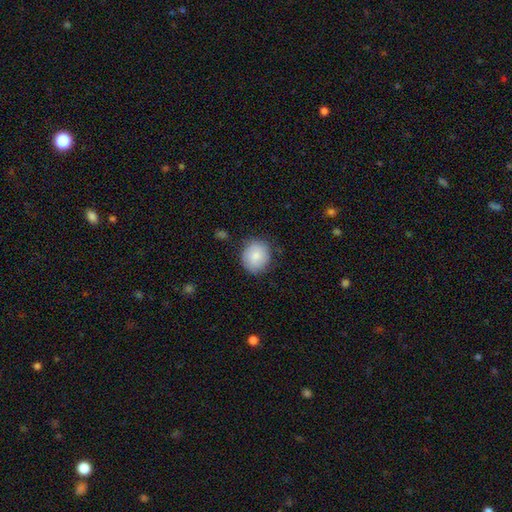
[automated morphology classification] A smooth galaxy with no disk features (85%) that is round (83%). Merging: none (80%).